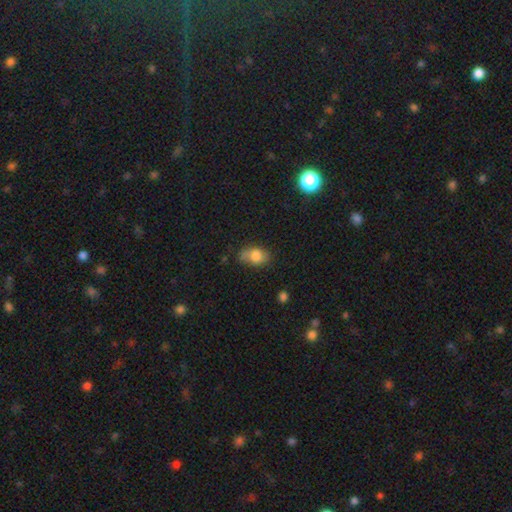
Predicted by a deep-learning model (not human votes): The model was most divided on "merging": none: 57%, minor disturbance: 29%, major disturbance: 8%, merger: 5%. More confident: how rounded — in between (77%); smooth or featured — smooth (76%).